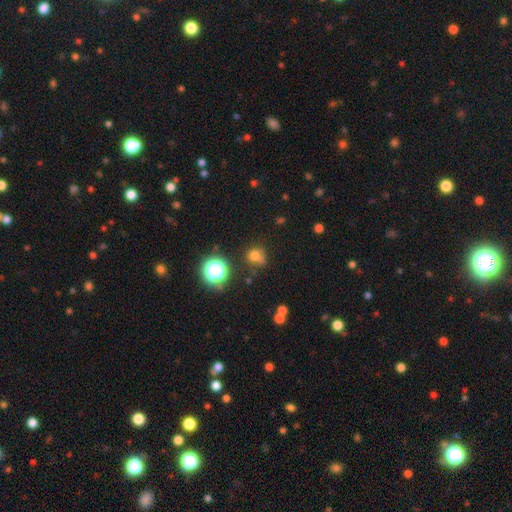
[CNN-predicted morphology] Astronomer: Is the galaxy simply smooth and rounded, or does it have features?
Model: smooth — 71%.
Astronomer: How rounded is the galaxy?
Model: round — 75%.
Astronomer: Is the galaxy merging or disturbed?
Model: none — 60%.